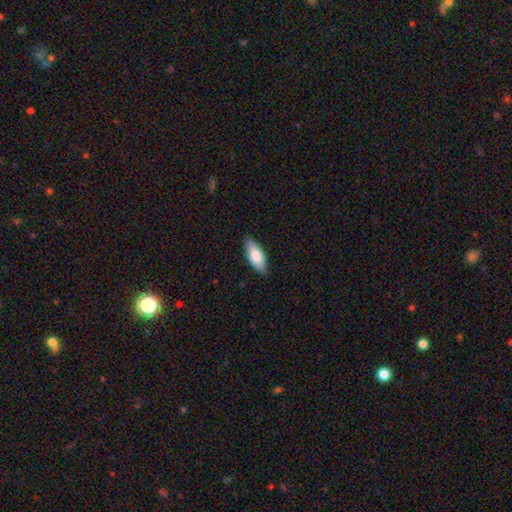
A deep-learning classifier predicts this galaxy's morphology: smooth_or_featured: smooth (p=0.80) [alt: featured or disk p=0.14]
how_rounded: in between (p=0.83) [alt: cigar-shaped p=0.15]
merging: none (p=0.85) [alt: minor disturbance p=0.12]